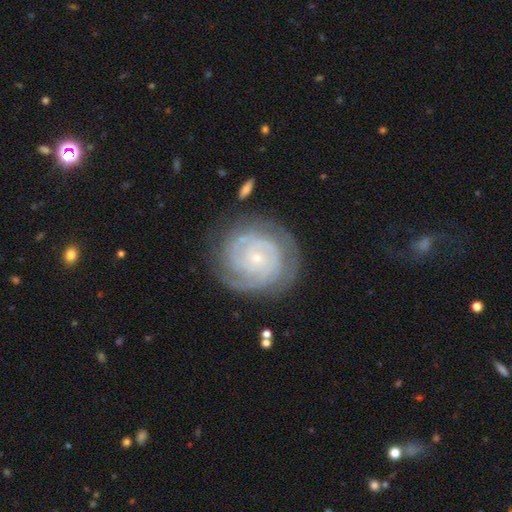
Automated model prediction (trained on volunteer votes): Smooth or featured? featured or disk (82%)
Edge-on disk? no (97%)
Bar? no (79%)
Spiral arms? yes (94%)
Spiral winding? tight (80%)
Spiral arm count? 2 (30%)
Bulge size? small (83%)
Merging? none (78%)